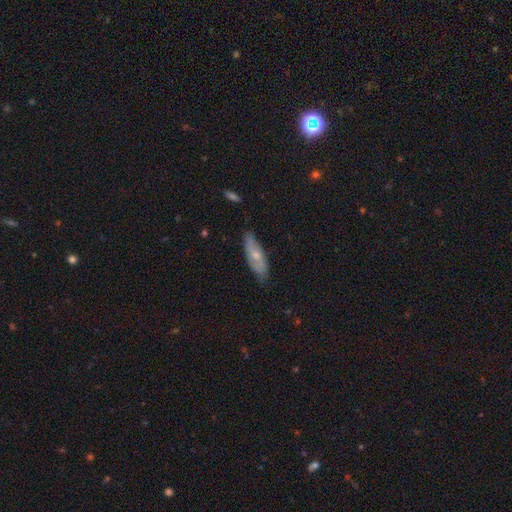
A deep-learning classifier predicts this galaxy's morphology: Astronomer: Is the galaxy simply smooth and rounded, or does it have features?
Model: smooth — 47% (runner-up: featured or disk, 46%).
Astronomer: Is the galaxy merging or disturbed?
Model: none — 77%.